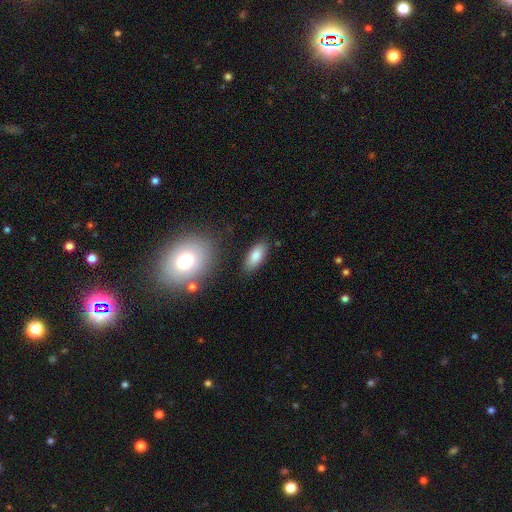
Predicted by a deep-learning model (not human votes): smooth-or-featured: smooth: 82% | featured or disk: 10% | star or artifact: 7%
  how-rounded: in between: 86% | cigar-shaped: 11% | round: 3%
  merging: none: 82% | minor disturbance: 11% | merger: 4% | major disturbance: 3%